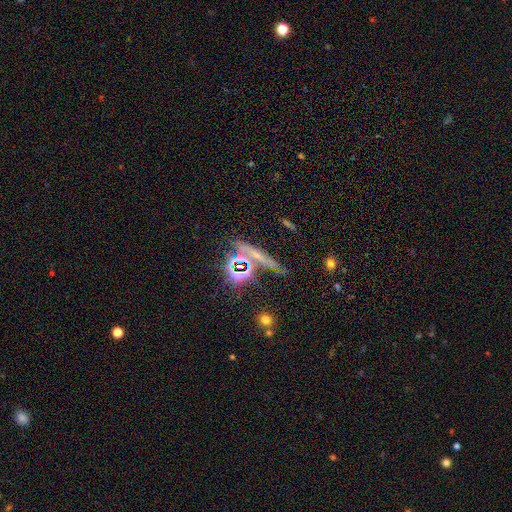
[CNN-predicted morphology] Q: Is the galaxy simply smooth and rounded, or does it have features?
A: star or artifact — 46%.